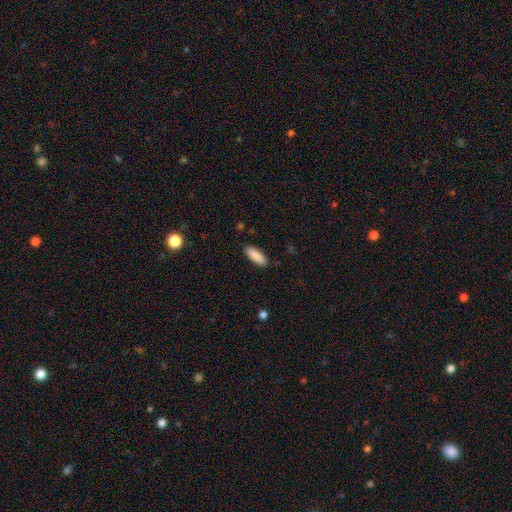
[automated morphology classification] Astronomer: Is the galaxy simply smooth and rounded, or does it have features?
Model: smooth — 89%.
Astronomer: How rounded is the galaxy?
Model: in between — 66%.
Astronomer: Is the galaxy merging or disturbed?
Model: none — 89%.